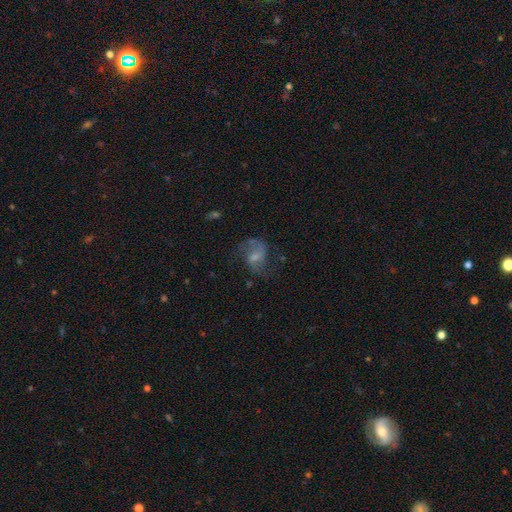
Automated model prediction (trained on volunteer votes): A featured or disk galaxy (70%) with a weak bar (46%), 2 (66%) loose (47%) spiral arms (90%) and a moderate central bulge (42%).

Vote fractions:
- Smooth or featured? featured or disk: 70% / smooth: 21% / star or artifact: 9%
- Edge-on disk? no: 98% / yes: 2%
- Bar? weak: 46% / no: 45% / strong: 9%
- Spiral arms? yes: 90% / no: 10%
- Spiral winding? loose: 47% / medium: 42% / tight: 11%
- Spiral arm count? 2: 66% / 1: 24% / can't tell: 7% / 3: 1% / 4: 1% / more than 4: 1%
- Bulge size? moderate: 42% / small: 41% / none: 11% / large: 5% / dominant: 1%
- Merging? none: 54% / major disturbance: 23% / minor disturbance: 20% / merger: 2%